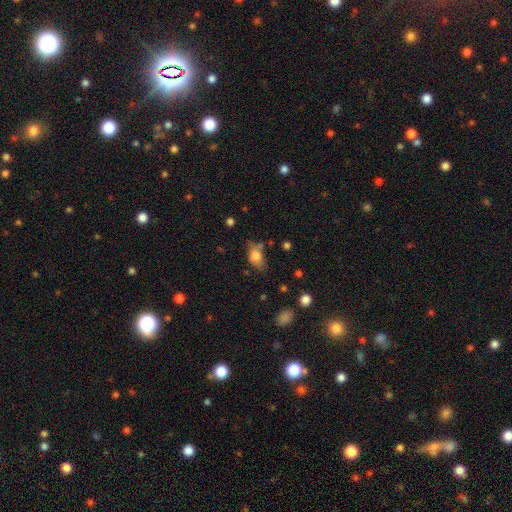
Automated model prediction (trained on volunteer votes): The model was most divided on "merging": none: 57%, minor disturbance: 27%, major disturbance: 8%, merger: 7%. More confident: how rounded — in between (81%); smooth or featured — smooth (74%).